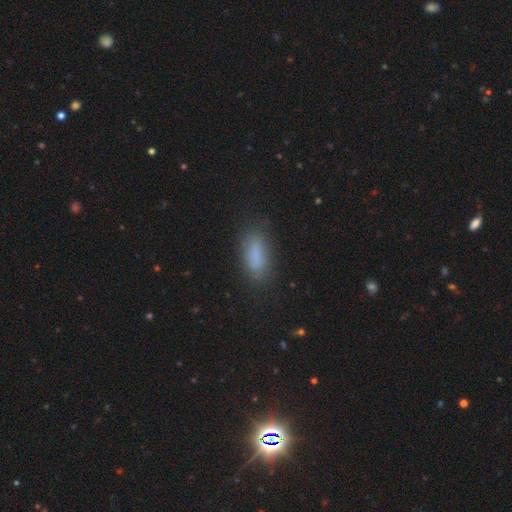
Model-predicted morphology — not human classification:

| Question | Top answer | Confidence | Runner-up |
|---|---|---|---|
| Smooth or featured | smooth | 82% | star or artifact (9%) |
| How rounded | in between | 73% | cigar-shaped (24%) |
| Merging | none | 76% | minor disturbance (17%) |